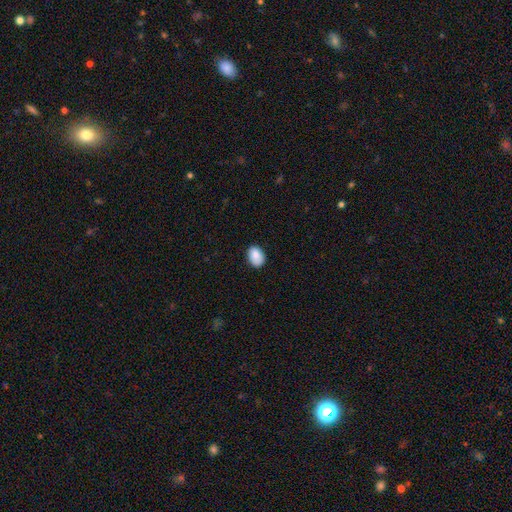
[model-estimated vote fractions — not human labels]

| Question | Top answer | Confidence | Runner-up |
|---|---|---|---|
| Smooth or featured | smooth | 88% | star or artifact (7%) |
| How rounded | in between | 81% | round (18%) |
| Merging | none | 86% | minor disturbance (11%) |